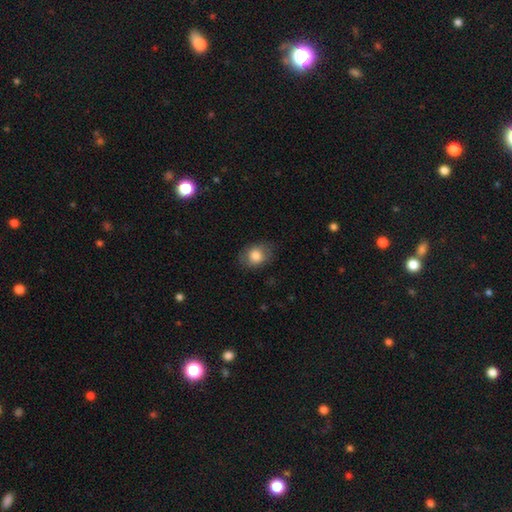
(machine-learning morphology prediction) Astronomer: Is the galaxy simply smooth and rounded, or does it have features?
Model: smooth — 82%.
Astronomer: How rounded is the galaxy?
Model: in between — 59% (runner-up: round, 40%).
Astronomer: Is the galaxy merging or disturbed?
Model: none — 79%.